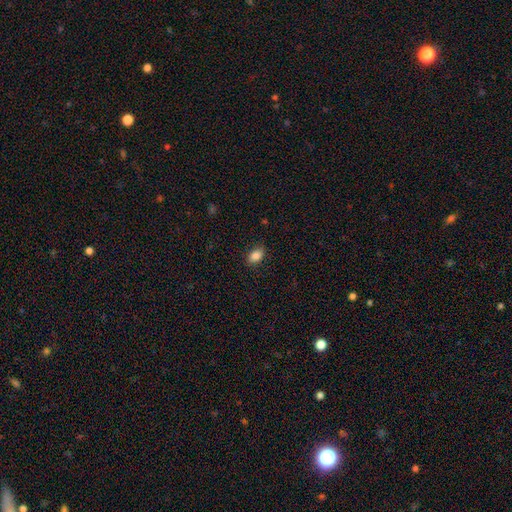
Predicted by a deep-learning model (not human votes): Morphology: type=smooth (86%); roundness=in between (86%); merging=none (86%).